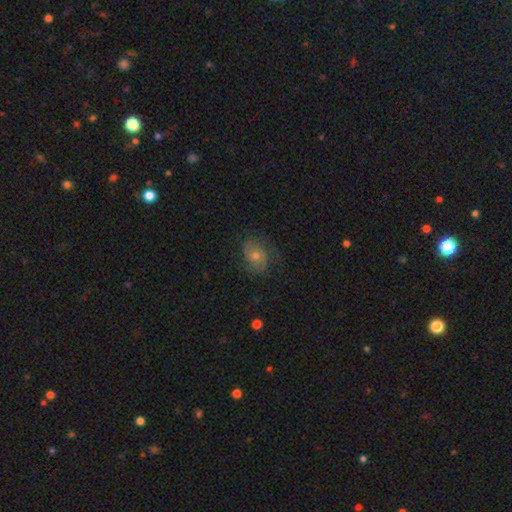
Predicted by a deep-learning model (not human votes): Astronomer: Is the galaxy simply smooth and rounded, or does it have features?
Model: featured or disk — 55% (runner-up: smooth, 32%).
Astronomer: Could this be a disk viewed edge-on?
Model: no — 96%.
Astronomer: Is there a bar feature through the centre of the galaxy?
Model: no — 76%.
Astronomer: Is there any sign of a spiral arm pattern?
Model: yes — 85%.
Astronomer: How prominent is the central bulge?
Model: moderate — 51% (runner-up: small, 42%).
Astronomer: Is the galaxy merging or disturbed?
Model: none — 68%.